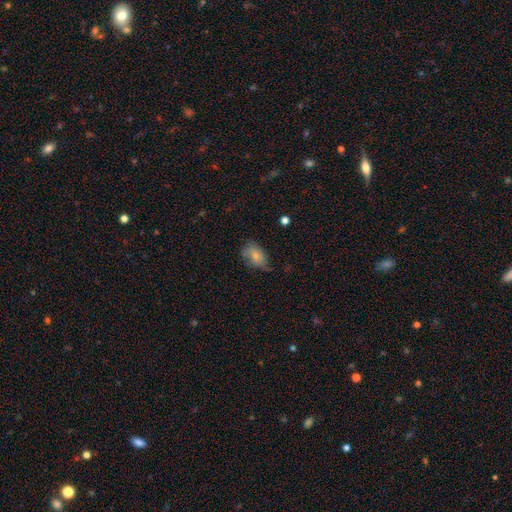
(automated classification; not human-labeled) A smooth galaxy with no disk features (73%) that is in between round and cigar-shaped (83%).

Vote fractions:
- Smooth or featured? smooth: 73% / featured or disk: 19% / star or artifact: 8%
- How rounded? in between: 83% / round: 15% / cigar-shaped: 2%
- Merging? none: 50% / minor disturbance: 35% / major disturbance: 12% / merger: 2%